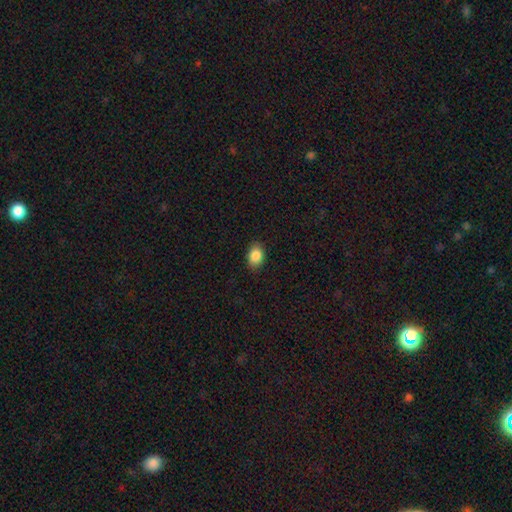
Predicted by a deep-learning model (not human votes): Smooth or featured: smooth — 88% (star or artifact — 8%)
How rounded: in between — 75% (round — 24%)
Merging: none — 86% (minor disturbance — 11%)